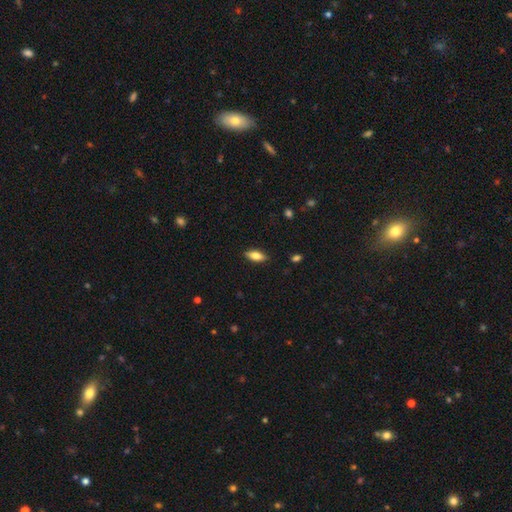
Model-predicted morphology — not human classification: A smooth galaxy with no disk features (74%) that is in between round and cigar-shaped (77%). Merging: none (87%).